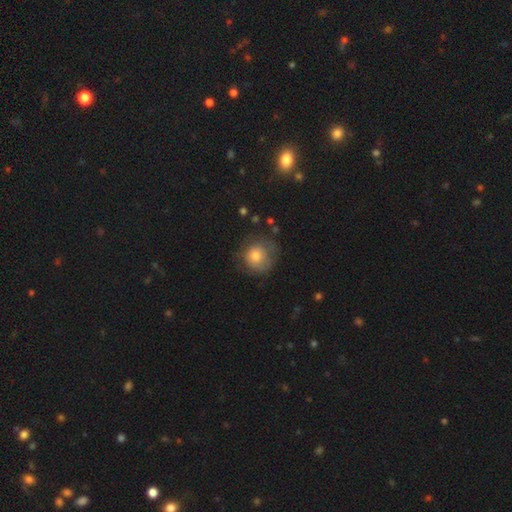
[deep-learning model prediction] Smooth or featured? smooth (71%)
How rounded? round (88%)
Merging? none (62%)